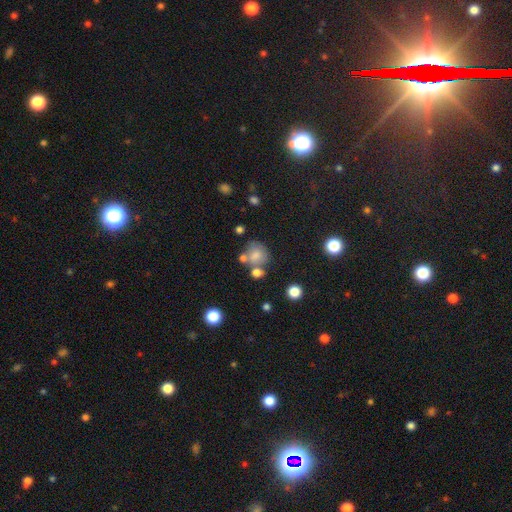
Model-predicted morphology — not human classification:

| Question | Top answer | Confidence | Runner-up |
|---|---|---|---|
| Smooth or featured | smooth | 69% | featured or disk (18%) |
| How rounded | round | 72% | in between (27%) |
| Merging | none | 48% | merger (23%) |